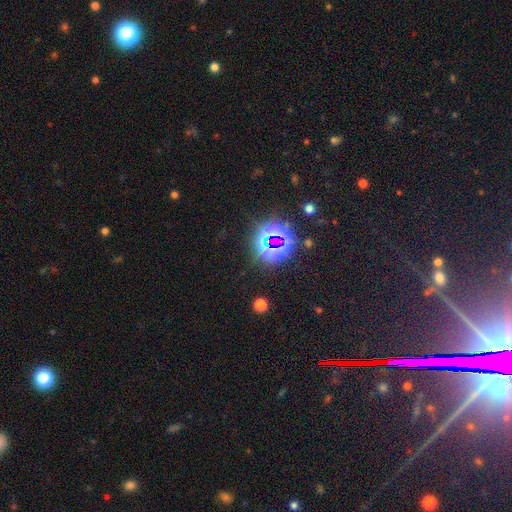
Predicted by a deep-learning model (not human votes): Overall: star or artifact (78%).